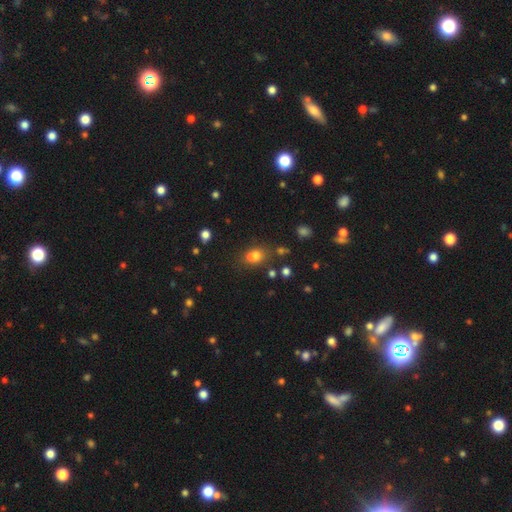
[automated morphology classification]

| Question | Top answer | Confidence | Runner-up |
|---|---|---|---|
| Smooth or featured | smooth | 67% | star or artifact (18%) |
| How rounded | round | 59% | in between (40%) |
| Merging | merger | 46% | none (40%) |